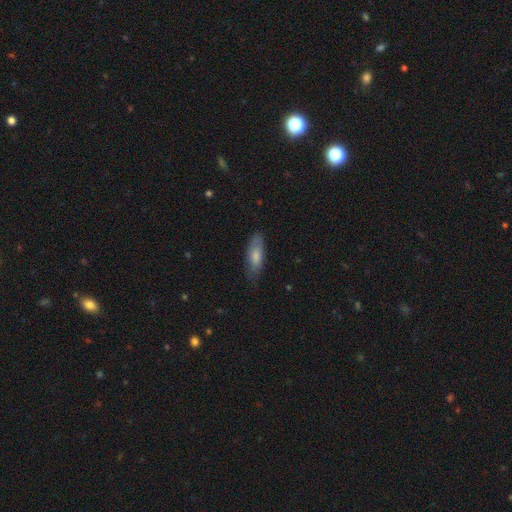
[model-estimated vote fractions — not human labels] Morphology: type=smooth (76%); roundness=in between (63%); merging=none (74%).